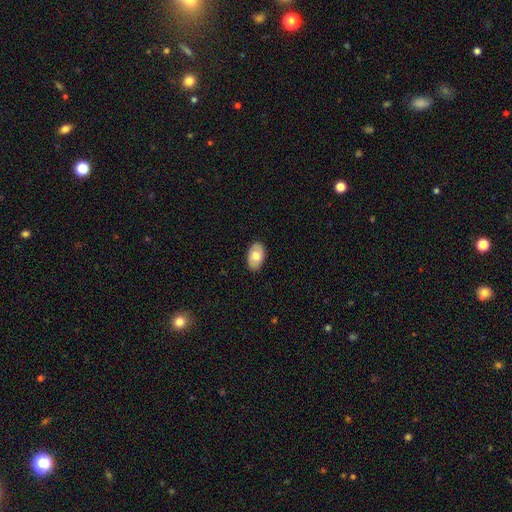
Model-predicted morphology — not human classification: Smooth or featured? Predicted: smooth (p=0.70). How rounded? Predicted: in between (p=0.92). Merging? Predicted: none (p=0.88).